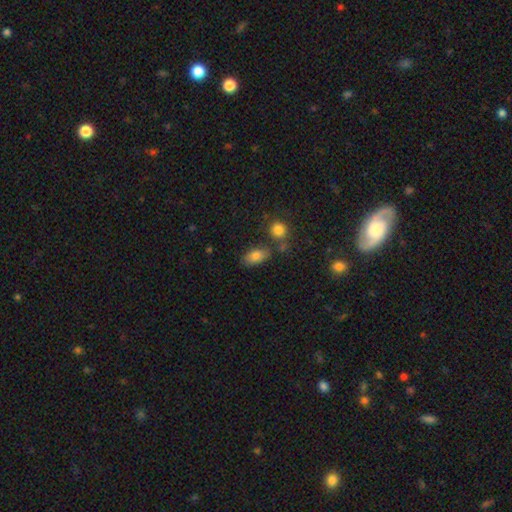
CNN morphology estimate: Q: Smooth or featured?
A: smooth (81%); runner-up: featured or disk (10%)
Q: How rounded?
A: in between (89%); runner-up: round (6%)
Q: Merging?
A: none (69%); runner-up: minor disturbance (16%)